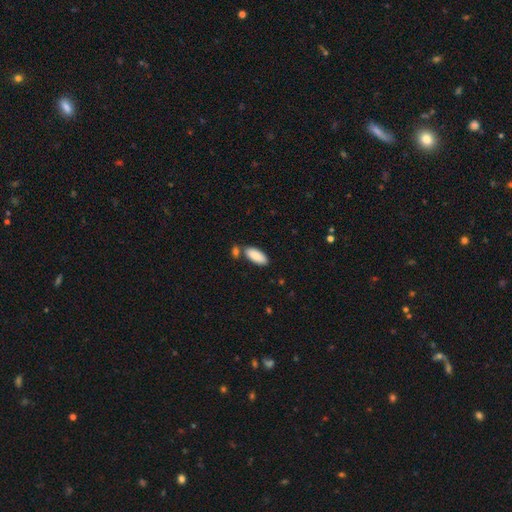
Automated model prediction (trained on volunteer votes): A smooth galaxy with no disk features (88%) that is in between round and cigar-shaped (87%).

Vote fractions:
- Smooth or featured? smooth: 88% / featured or disk: 7% / star or artifact: 6%
- How rounded? in between: 87% / cigar-shaped: 11% / round: 2%
- Merging? none: 70% / merger: 15% / minor disturbance: 12% / major disturbance: 3%